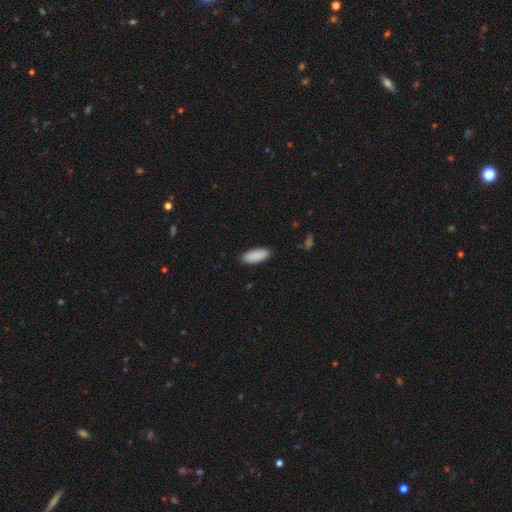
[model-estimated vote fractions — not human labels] Overall: smooth (91%). How rounded: in between (81%). Merging: none (88%).